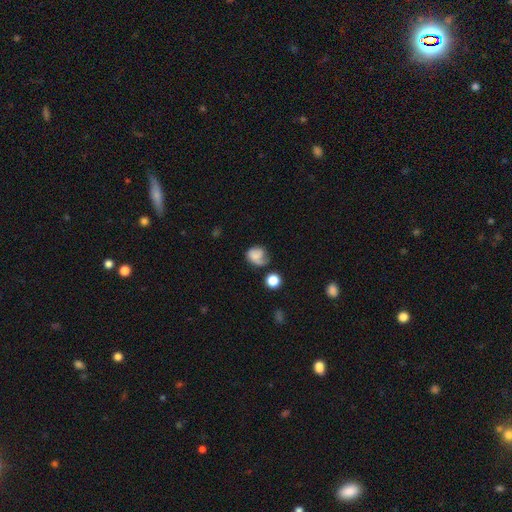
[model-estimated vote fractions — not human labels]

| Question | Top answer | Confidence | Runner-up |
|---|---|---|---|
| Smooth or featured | smooth | 61% | featured or disk (29%) |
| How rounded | round | 58% | in between (41%) |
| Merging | none | 39% | minor disturbance (30%) |